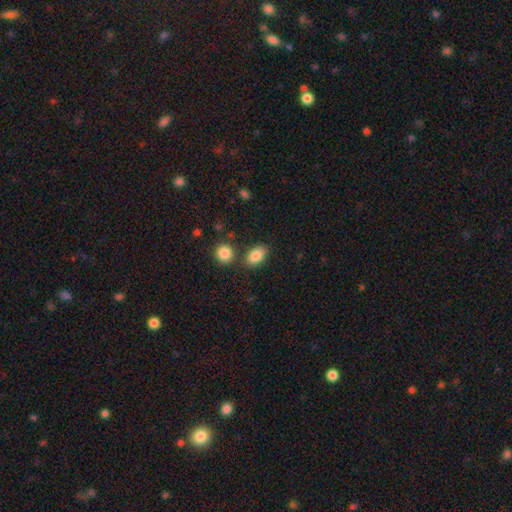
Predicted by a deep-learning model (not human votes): Morphology: type=smooth (86%); roundness=in between (88%); merging=none (75%).